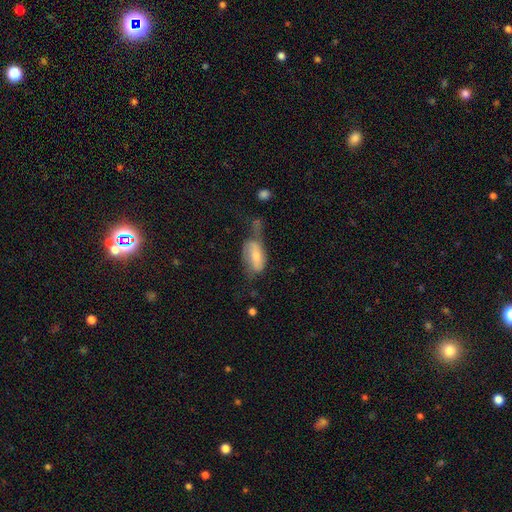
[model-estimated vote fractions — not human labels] The model was most divided on "merging": major disturbance: 37%, minor disturbance: 27%, none: 26%, merger: 11%. More confident: how rounded — in between (89%); smooth or featured — smooth (52%).